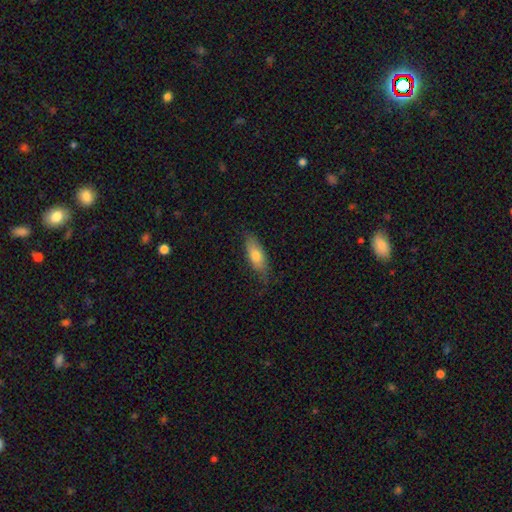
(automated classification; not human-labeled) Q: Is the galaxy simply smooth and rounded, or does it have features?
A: smooth — 73%.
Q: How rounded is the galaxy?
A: in between — 72%.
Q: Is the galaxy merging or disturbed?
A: none — 72%.